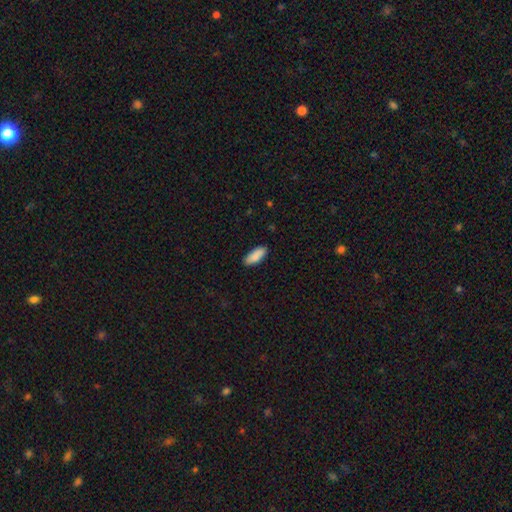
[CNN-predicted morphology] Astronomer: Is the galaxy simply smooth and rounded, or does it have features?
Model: smooth — 89%.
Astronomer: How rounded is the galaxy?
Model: in between — 80%.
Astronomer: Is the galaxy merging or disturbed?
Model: none — 87%.